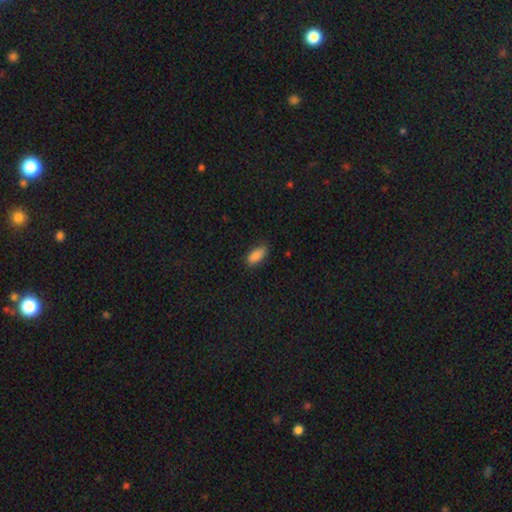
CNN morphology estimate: Smooth or featured: smooth — 86% (star or artifact — 8%)
How rounded: in between — 88% (cigar-shaped — 9%)
Merging: none — 80% (minor disturbance — 16%)